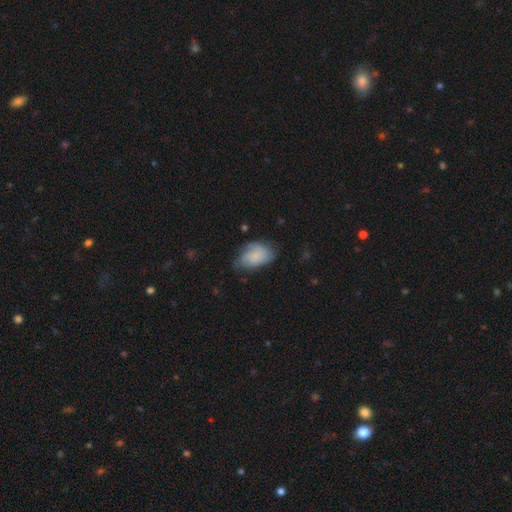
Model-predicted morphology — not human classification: type=smooth (65%); roundness=in between (89%); merging=none (50%).